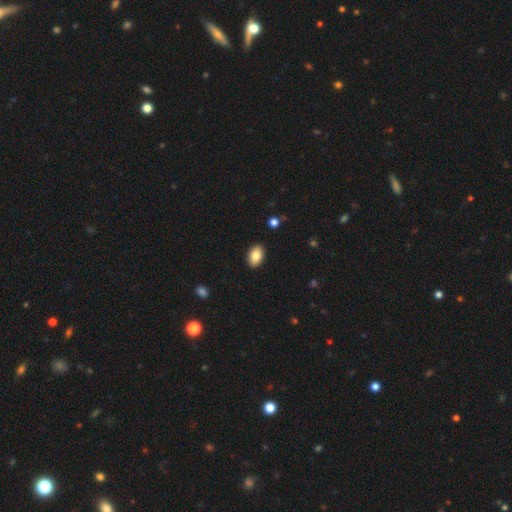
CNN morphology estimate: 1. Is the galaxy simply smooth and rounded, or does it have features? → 84% smooth, 9% featured or disk, 7% star or artifact.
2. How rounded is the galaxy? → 88% in between, 10% round, 1% cigar-shaped.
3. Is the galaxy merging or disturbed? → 90% none, 7% minor disturbance, 2% major disturbance, 1% merger.